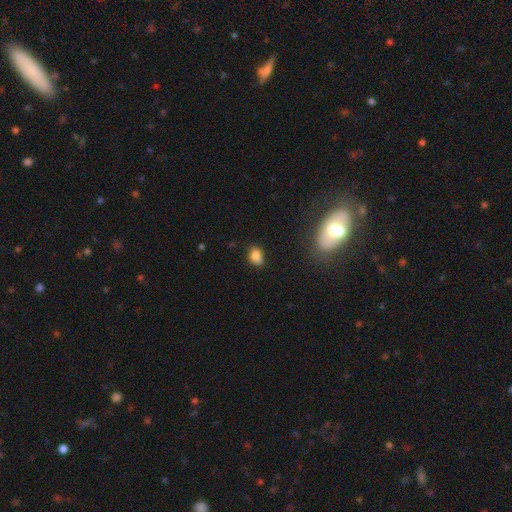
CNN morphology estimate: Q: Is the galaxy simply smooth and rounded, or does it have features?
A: smooth — 81%.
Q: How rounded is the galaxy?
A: in between — 63%.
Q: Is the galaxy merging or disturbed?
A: none — 61%.